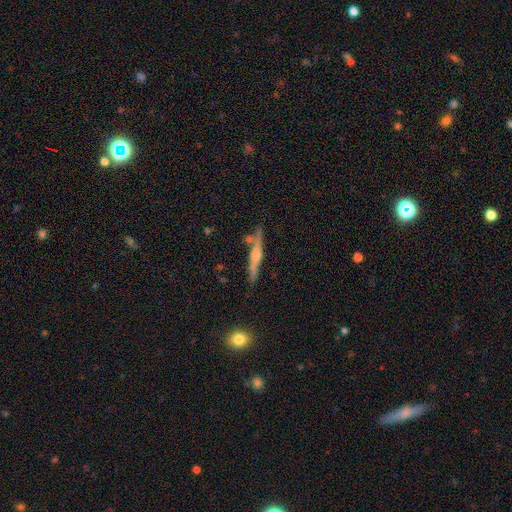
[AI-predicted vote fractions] featured or disk 63%, smooth 31%, star or artifact 7%. Down the decision tree: edge-on disk — yes (96%); edge-on bulge — rounded (68%); merging — none (79%).